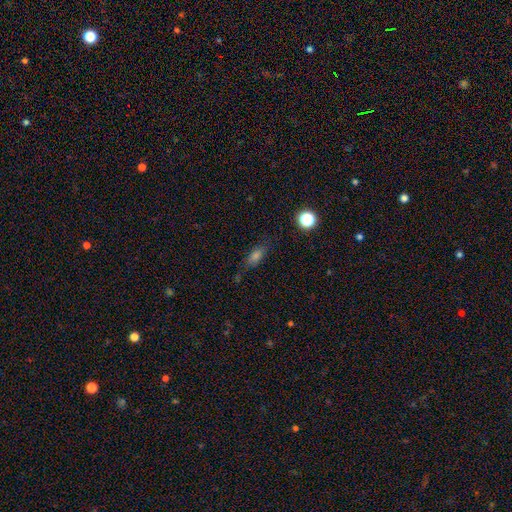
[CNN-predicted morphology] type=smooth (67%); roundness=in between (66%); merging=none (75%).